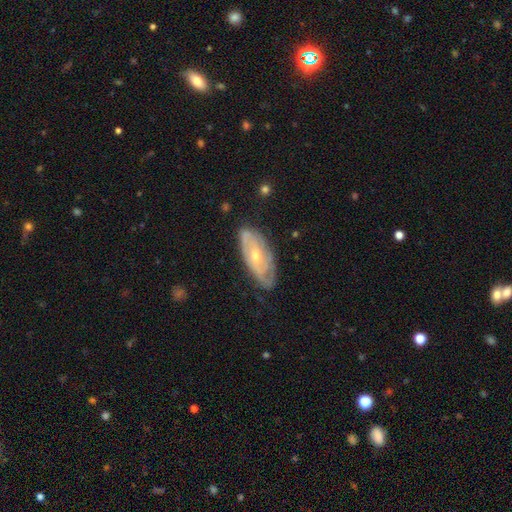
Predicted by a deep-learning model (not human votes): This appears to be a featured or disk galaxy (71%) with no bar (67%), tight (62%) spiral arms (80%) and a small central bulge (50%). Merging: none (71%).